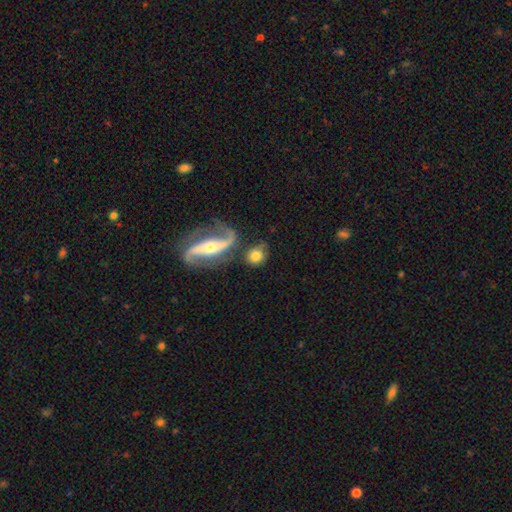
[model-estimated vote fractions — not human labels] Smooth or featured? Predicted: smooth (p=0.61). How rounded? Predicted: round (p=0.77). Merging? Predicted: none (p=0.63).